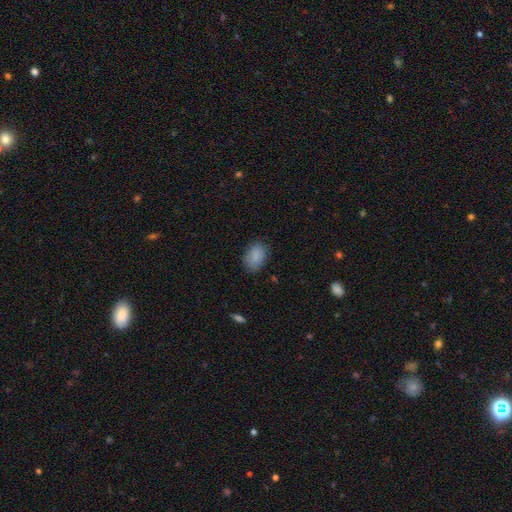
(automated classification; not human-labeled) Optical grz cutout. It shows a smooth galaxy with no disk features (87%) that is in between round and cigar-shaped (84%). Merging: none (79%).